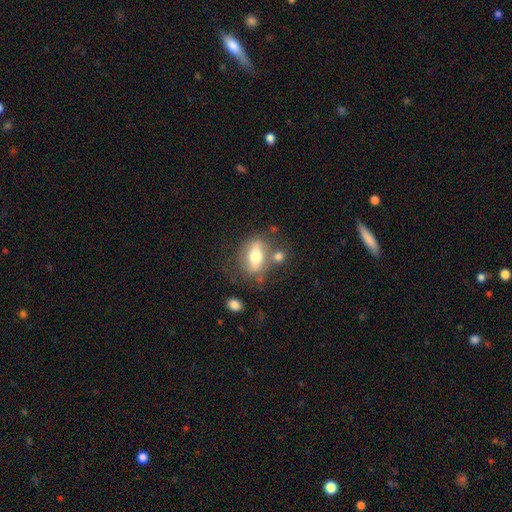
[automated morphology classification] smooth-or-featured: smooth: 52% | featured or disk: 40% | star or artifact: 8%
  how-rounded: in between: 73% | round: 18% | cigar-shaped: 9%
  merging: none: 63% | minor disturbance: 16% | merger: 12% | major disturbance: 9%